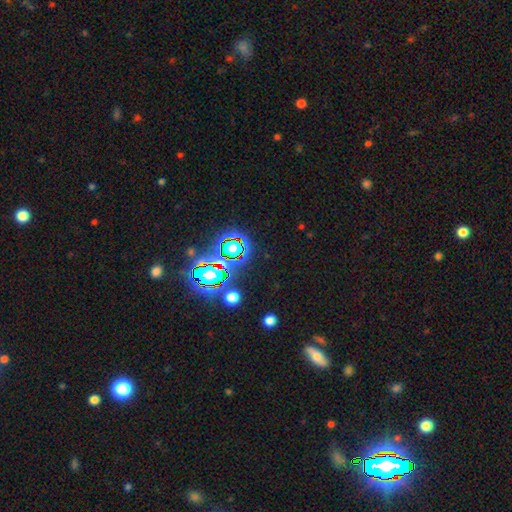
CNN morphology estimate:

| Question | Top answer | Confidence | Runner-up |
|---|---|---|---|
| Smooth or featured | star or artifact | 78% | smooth (13%) |